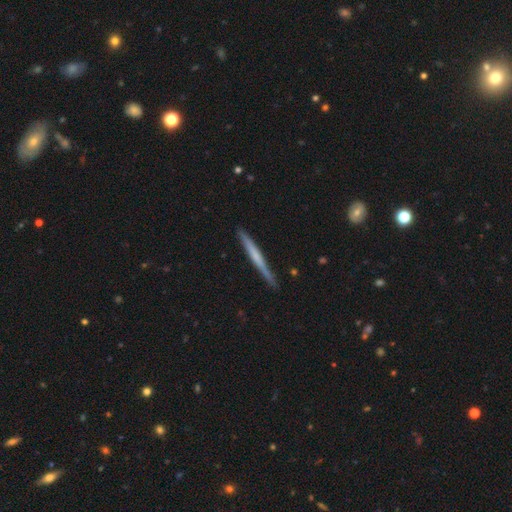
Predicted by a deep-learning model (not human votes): The model was most divided on "smooth or featured": featured or disk: 52%, smooth: 43%, star or artifact: 5%. More confident: edge-on disk — yes (97%); merging — none (86%); edge-on bulge — none (72%).